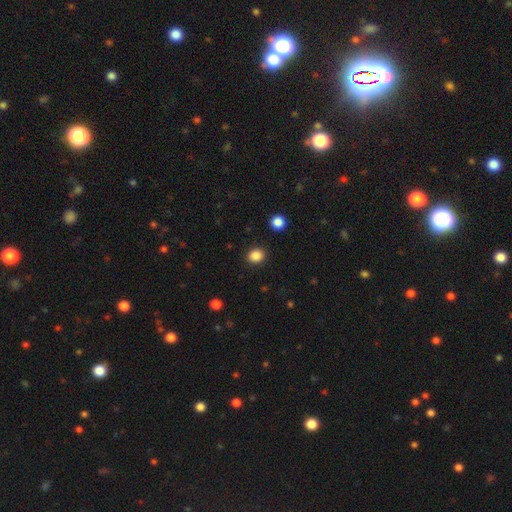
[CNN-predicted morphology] Smooth or featured? Predicted: smooth (p=0.87). How rounded? Predicted: round (p=0.65). Merging? Predicted: none (p=0.90).